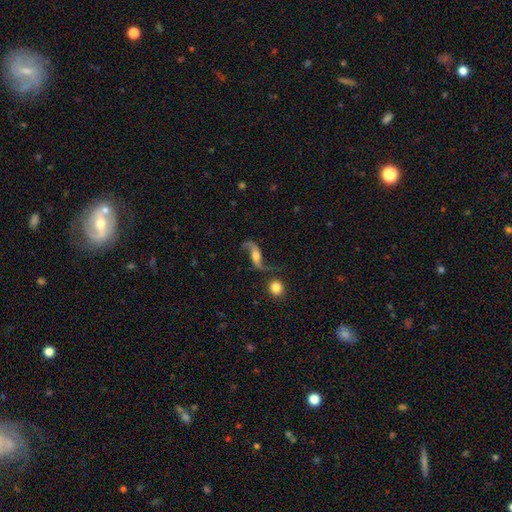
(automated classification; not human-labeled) Smooth or featured? Predicted: featured or disk (p=0.85). Edge-on disk? Predicted: no (p=0.92). Bar? Predicted: no (p=0.51). Spiral arms? Predicted: yes (p=0.95). Spiral winding? Predicted: loose (p=0.92). Spiral arm count? Predicted: 2 (p=0.93). Bulge size? Predicted: moderate (p=0.55). Merging? Predicted: none (p=0.68).